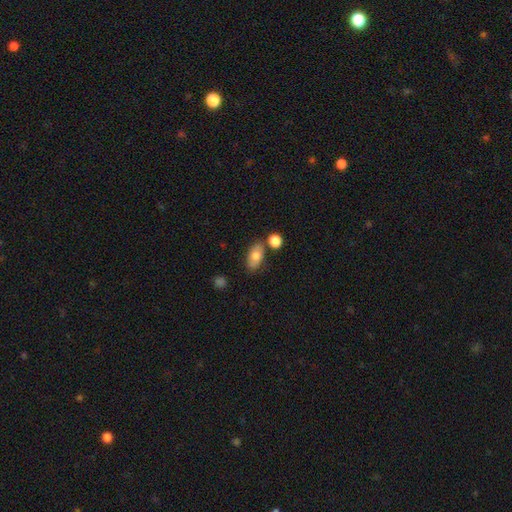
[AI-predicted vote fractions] smooth-or-featured: smooth: 76% | featured or disk: 16% | star or artifact: 7%
  how-rounded: in between: 90% | round: 6% | cigar-shaped: 4%
  merging: none: 73% | minor disturbance: 13% | merger: 10% | major disturbance: 3%